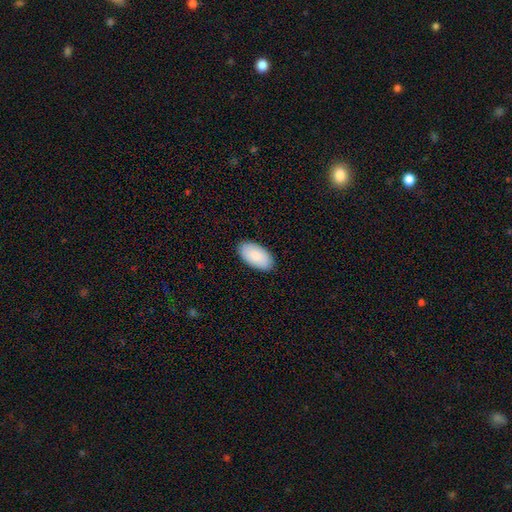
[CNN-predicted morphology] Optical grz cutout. It shows a smooth galaxy with no disk features (87%) that is in between round and cigar-shaped (96%). Merging: none (88%).